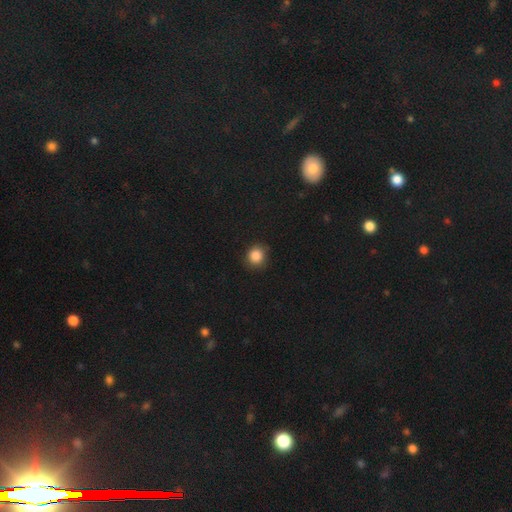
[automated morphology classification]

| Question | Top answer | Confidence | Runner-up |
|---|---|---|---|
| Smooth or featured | smooth | 87% | star or artifact (10%) |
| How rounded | round | 90% | in between (9%) |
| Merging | none | 85% | minor disturbance (11%) |